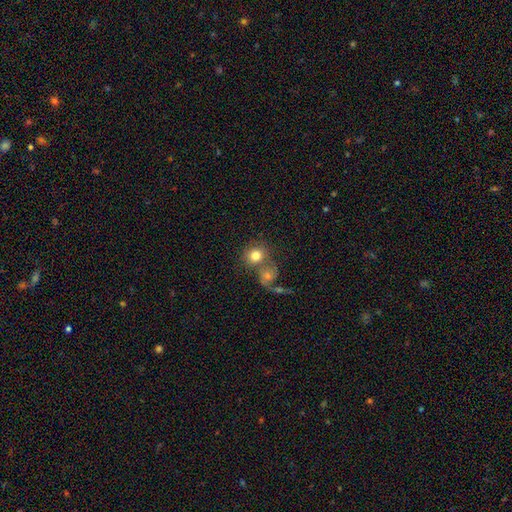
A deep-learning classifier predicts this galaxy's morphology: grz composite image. It shows a smooth galaxy with no disk features (75%) that is round (81%). Merging: merger (43%).